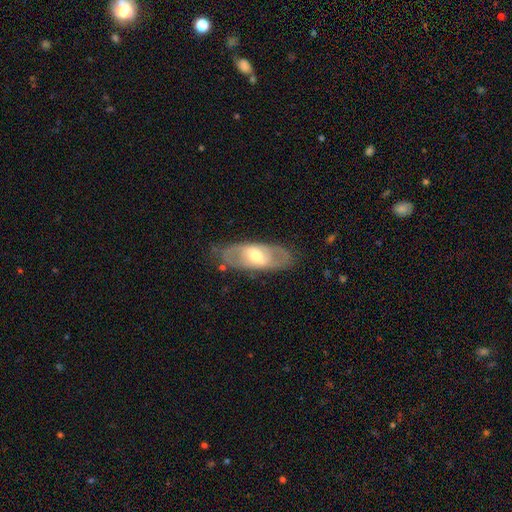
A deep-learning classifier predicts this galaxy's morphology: smooth_or_featured: featured or disk (p=0.63) [alt: smooth p=0.31]
disk_edge_on: no (p=0.83) [alt: yes p=0.17]
bar: weak (p=0.45) [alt: strong p=0.29]
has_spiral_arms: yes (p=0.54) [alt: no p=0.46]
bulge_size: moderate (p=0.59) [alt: large p=0.22]
merging: none (p=0.76) [alt: minor disturbance p=0.17]